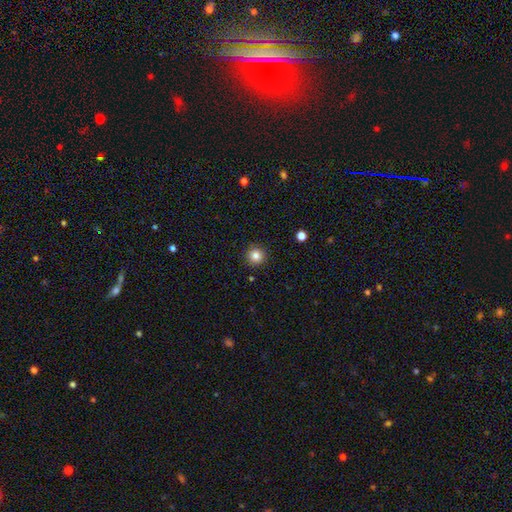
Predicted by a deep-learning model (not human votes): smooth-or-featured: smooth: 83% | star or artifact: 11% | featured or disk: 6%
  how-rounded: round: 96% | in between: 3% | cigar-shaped: 1%
  merging: none: 92% | minor disturbance: 5% | major disturbance: 2% | merger: 1%